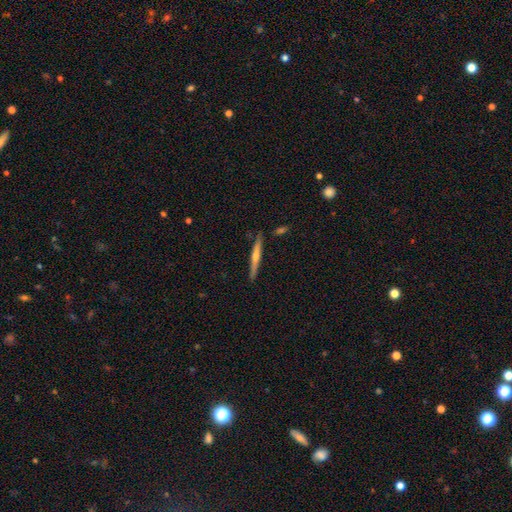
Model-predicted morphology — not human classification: A featured or disk galaxy (68%) viewed edge-on (98%) with a rounded central bulge (76%). Merging: none (89%).